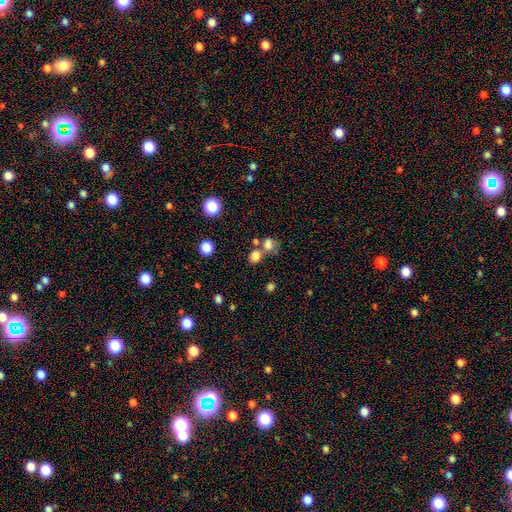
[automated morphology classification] This is likely a smooth galaxy (77%). How rounded: likely round (75%). Merging: possibly none (57%).